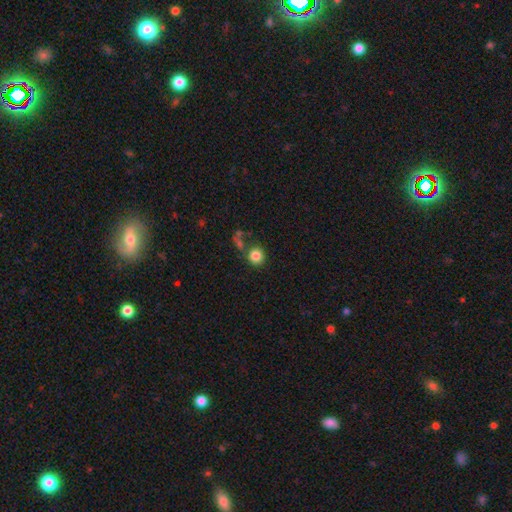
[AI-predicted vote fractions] Morphology: type=smooth (84%); roundness=round (91%); merging=none (72%).